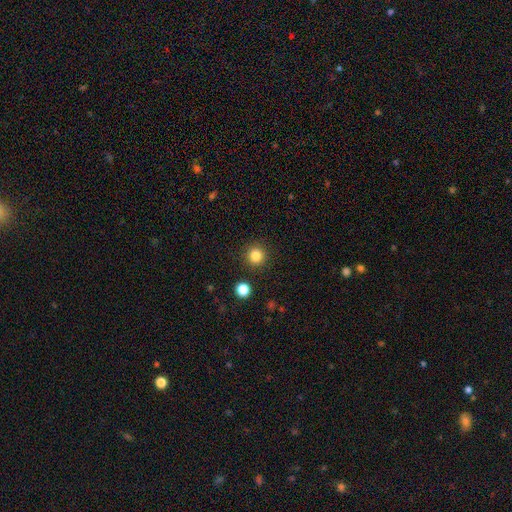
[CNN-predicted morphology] type=smooth (84%); roundness=round (95%); merging=none (91%).